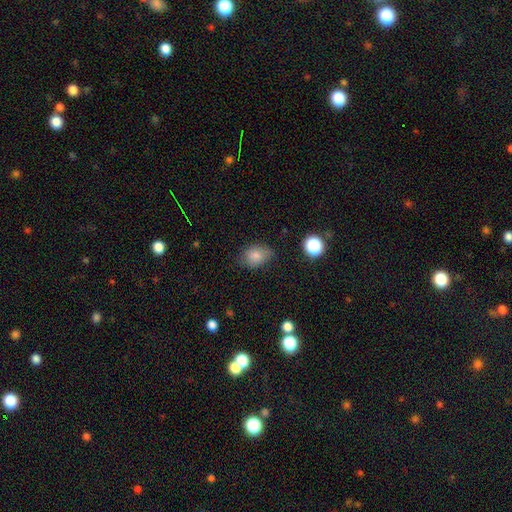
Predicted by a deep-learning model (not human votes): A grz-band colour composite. It shows a smooth galaxy with no disk features (81%) that is in between round and cigar-shaped (71%). Merging: none (65%).